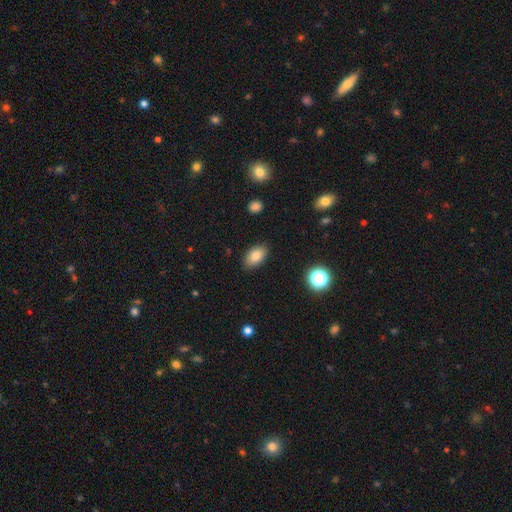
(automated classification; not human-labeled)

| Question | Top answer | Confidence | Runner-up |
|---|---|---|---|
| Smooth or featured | smooth | 81% | featured or disk (10%) |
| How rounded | in between | 91% | round (8%) |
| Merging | none | 86% | minor disturbance (10%) |